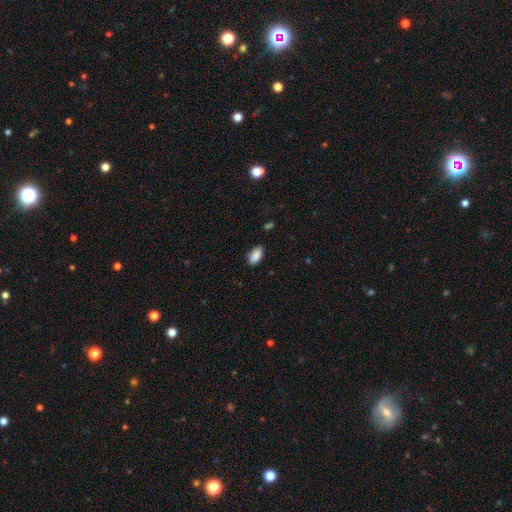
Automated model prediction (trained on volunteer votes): A smooth galaxy with no disk features (89%) that is in between round and cigar-shaped (93%).

Vote fractions:
- Smooth or featured? smooth: 89% / star or artifact: 7% / featured or disk: 4%
- How rounded? in between: 93% / cigar-shaped: 4% / round: 3%
- Merging? none: 84% / minor disturbance: 12% / major disturbance: 2% / merger: 1%